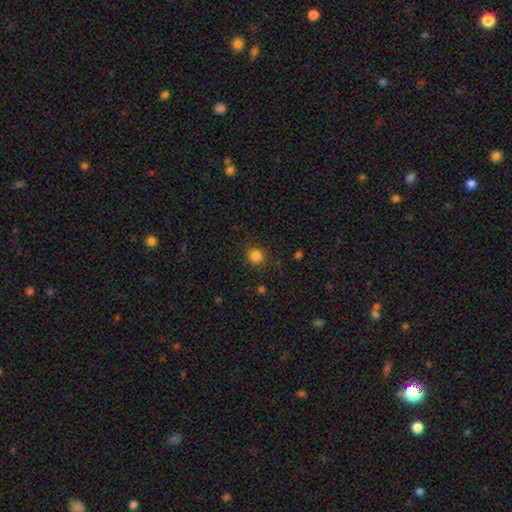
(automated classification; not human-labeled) Overall: smooth (84%). How rounded: round (91%). Merging: none (87%).